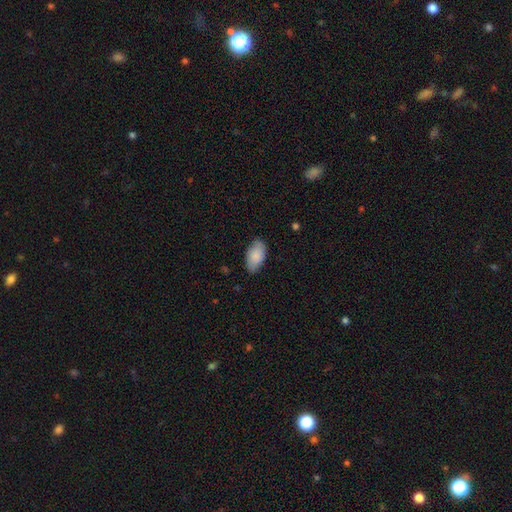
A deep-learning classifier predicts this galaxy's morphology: type=smooth (86%); roundness=in between (95%); merging=none (82%).